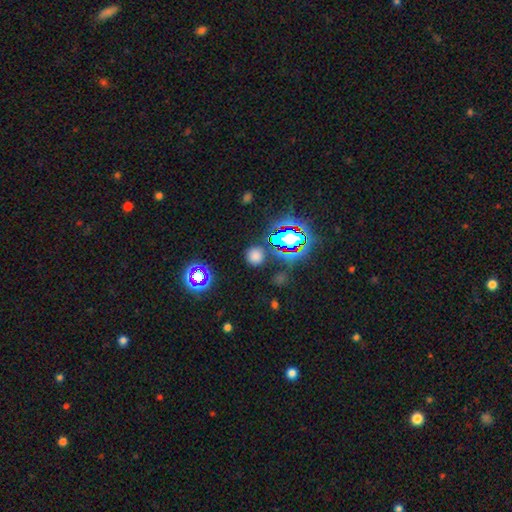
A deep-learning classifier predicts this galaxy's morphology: Smooth or featured? smooth (65%)
How rounded? round (92%)
Merging? none (84%)